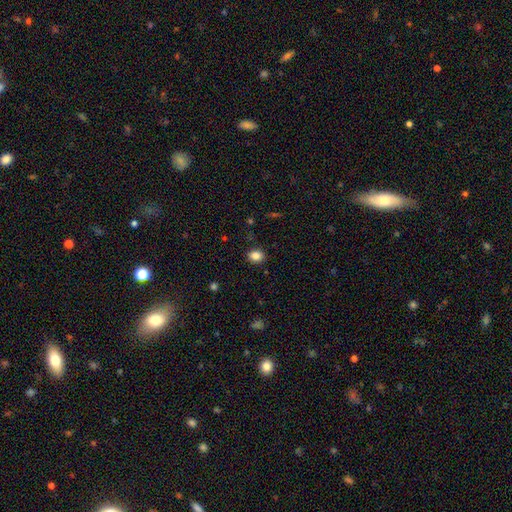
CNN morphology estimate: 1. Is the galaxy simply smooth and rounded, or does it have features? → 85% smooth, 11% star or artifact, 5% featured or disk.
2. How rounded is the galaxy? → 57% round, 42% in between, 1% cigar-shaped.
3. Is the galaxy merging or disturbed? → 88% none, 9% minor disturbance, 2% major disturbance, 1% merger.